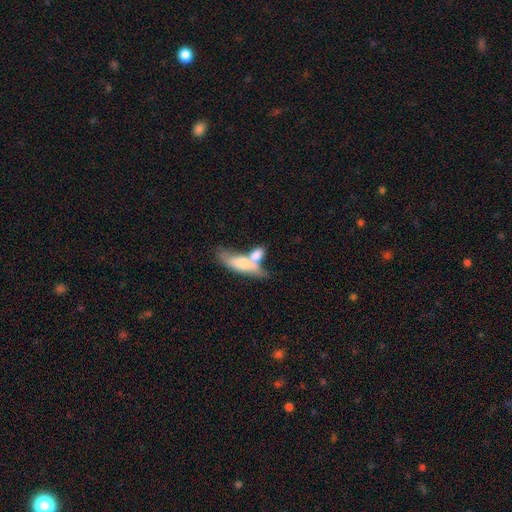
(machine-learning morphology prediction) The model was most divided on "smooth or featured": smooth: 63%, featured or disk: 30%, star or artifact: 7%. More confident: how rounded — in between (65%); merging — merger (63%).